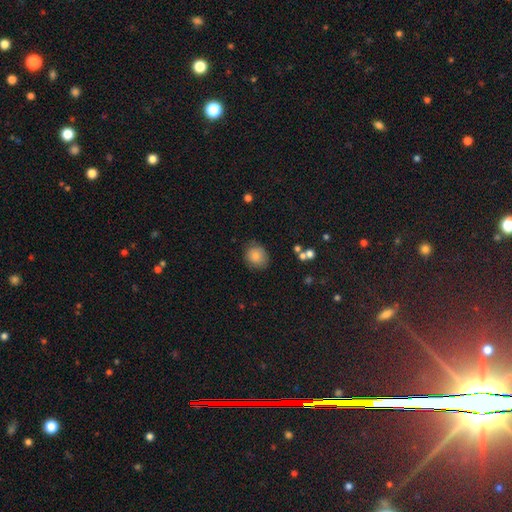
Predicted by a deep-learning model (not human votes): Overall: smooth (82%). How rounded: round (68%; in between 31%). Merging: none (78%).